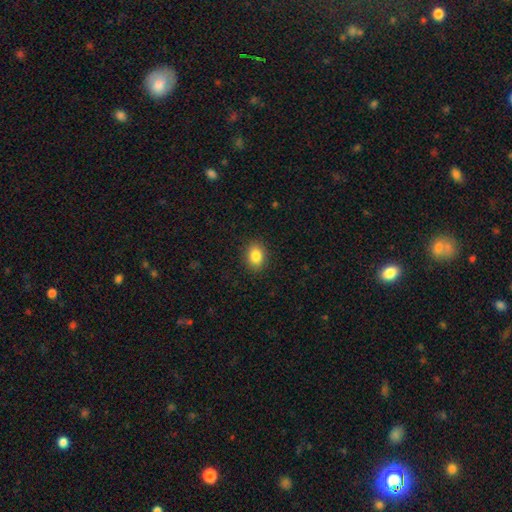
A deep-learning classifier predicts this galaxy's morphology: smooth 85%, star or artifact 9%, featured or disk 6%. Down the decision tree: how rounded — in between (69%); merging — none (89%).